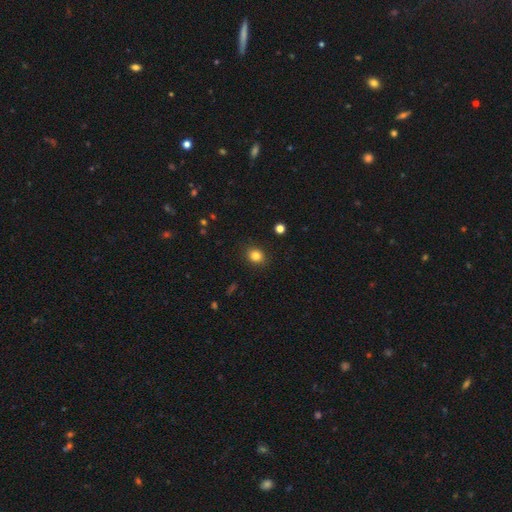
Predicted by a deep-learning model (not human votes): smooth_or_featured: smooth (p=0.83) [alt: star or artifact p=0.11]
how_rounded: round (p=0.64) [alt: in between p=0.35]
merging: none (p=0.89) [alt: minor disturbance p=0.08]